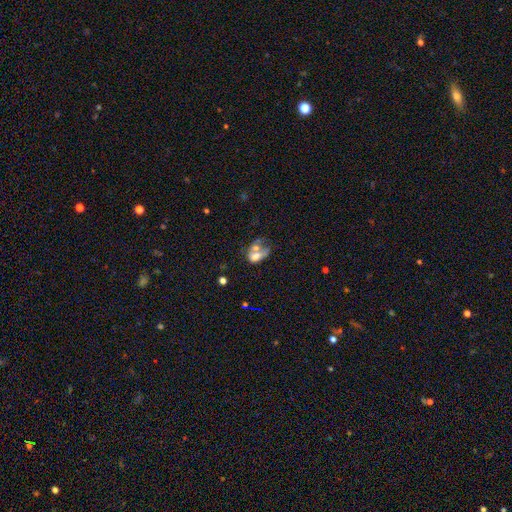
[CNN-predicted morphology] smooth 51%, featured or disk 37%, star or artifact 12%. Down the decision tree: how rounded — in between (77%); merging — merger (51%).